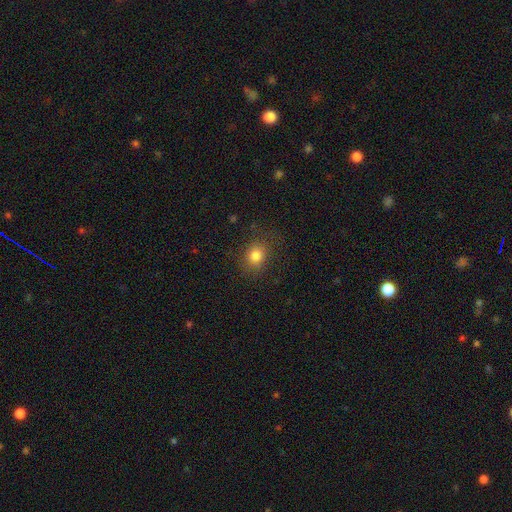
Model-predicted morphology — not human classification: The model was most divided on "how rounded": round: 64%, in between: 35%, cigar-shaped: 1%. More confident: smooth or featured — smooth (82%); merging — none (79%).